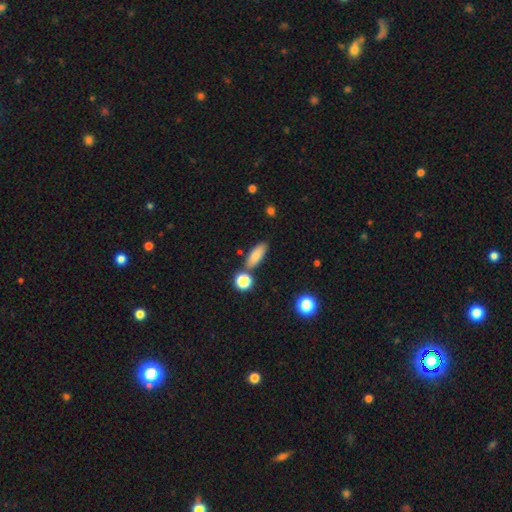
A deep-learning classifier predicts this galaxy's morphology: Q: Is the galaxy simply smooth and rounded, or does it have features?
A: smooth — 81%.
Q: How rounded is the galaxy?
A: in between — 72%.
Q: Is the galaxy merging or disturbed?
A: none — 77%.